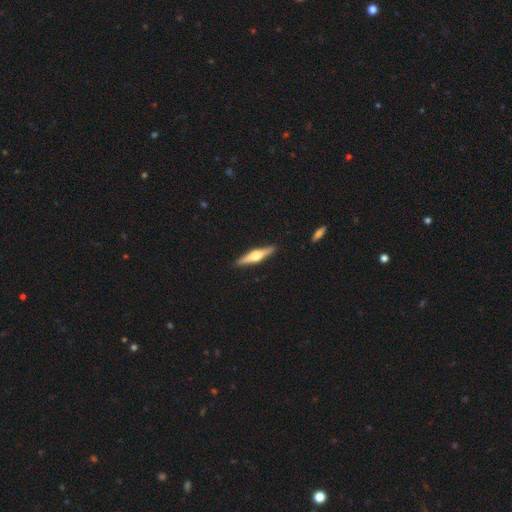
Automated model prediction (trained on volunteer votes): A featured or disk galaxy (70%) viewed edge-on (97%) with a rounded central bulge (95%). Merging: none (91%).